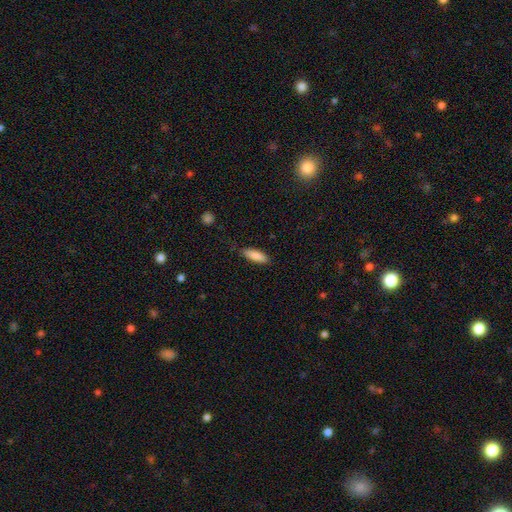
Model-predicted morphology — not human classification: Smooth or featured?
  - smooth: 86% *
  - featured or disk: 7%
  - star or artifact: 6%
How rounded?
  - in between: 55% *
  - cigar-shaped: 44%
  - round: 2%
Merging?
  - none: 82% *
  - minor disturbance: 14%
  - major disturbance: 3%
  - merger: 1%